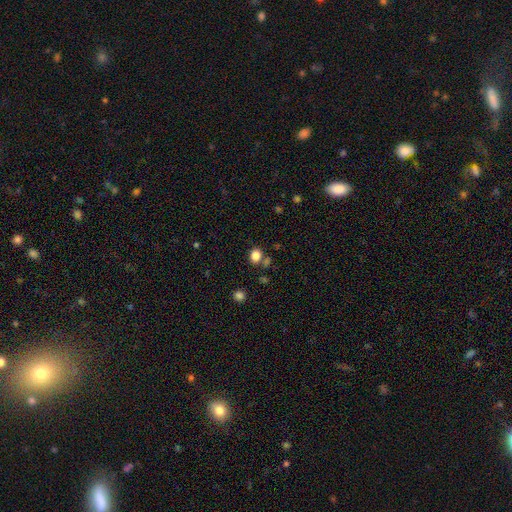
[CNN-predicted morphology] smooth 84%, star or artifact 12%, featured or disk 4%. Down the decision tree: how rounded — round (51%); merging — none (74%).